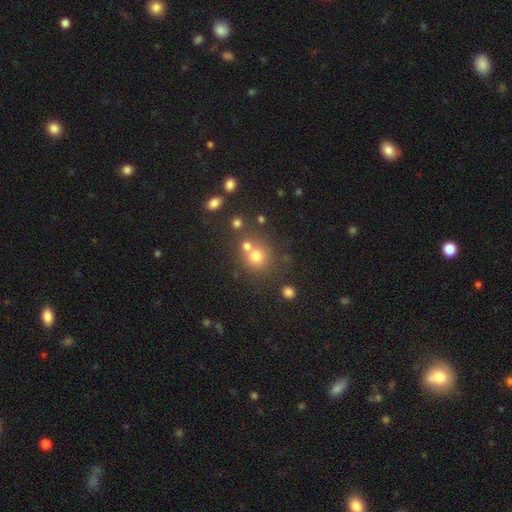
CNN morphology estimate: Smooth or featured: smooth — 71% (star or artifact — 17%)
How rounded: round — 86% (in between — 13%)
Merging: none — 56% (merger — 31%)